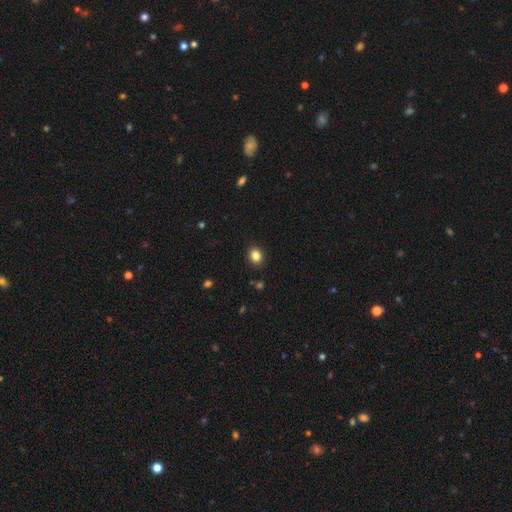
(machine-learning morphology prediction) A smooth galaxy with no disk features (85%) that is round (52%). Merging: none (89%).